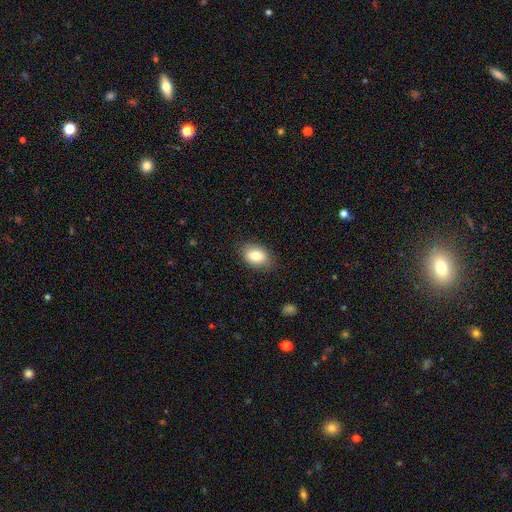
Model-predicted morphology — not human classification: Smooth or featured: smooth — 81% (featured or disk — 11%)
How rounded: in between — 83% (round — 16%)
Merging: none — 81% (minor disturbance — 14%)